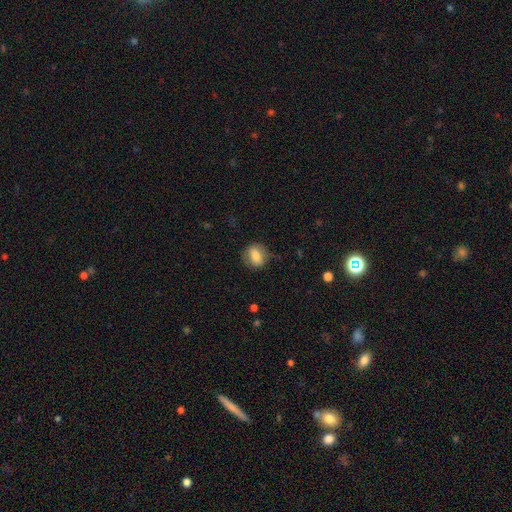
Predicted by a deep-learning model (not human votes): Smooth or featured? Predicted: smooth (p=0.73). How rounded? Predicted: in between (p=0.53). Merging? Predicted: none (p=0.75).